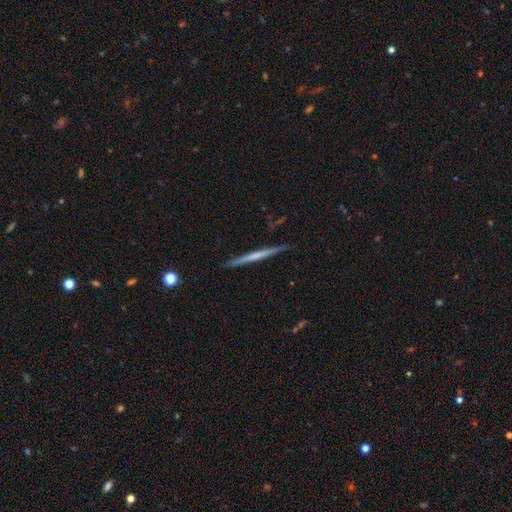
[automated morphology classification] smooth-or-featured: featured or disk: 55% | smooth: 40% | star or artifact: 6%
  disk-edge-on: yes: 97% | no: 3%
    edge-on-bulge: none: 83% | rounded: 12% | boxy: 6%
  merging: none: 89% | minor disturbance: 8% | major disturbance: 2% | merger: 1%